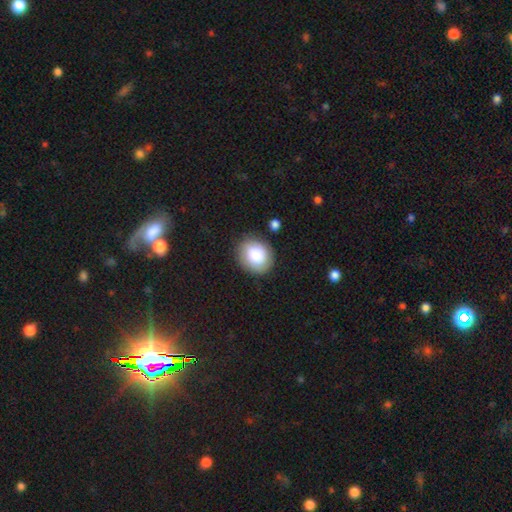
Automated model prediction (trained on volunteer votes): Morphology: type=smooth (81%); roundness=round (64%); merging=none (83%).